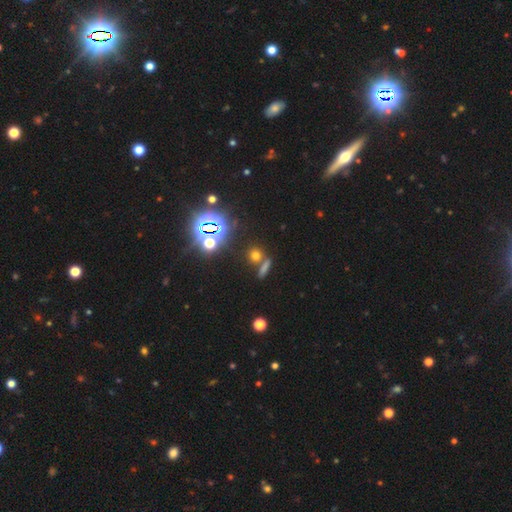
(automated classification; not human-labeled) Overall: smooth (55%; star or artifact 35%). How rounded: round (68%). Merging: none (67%).